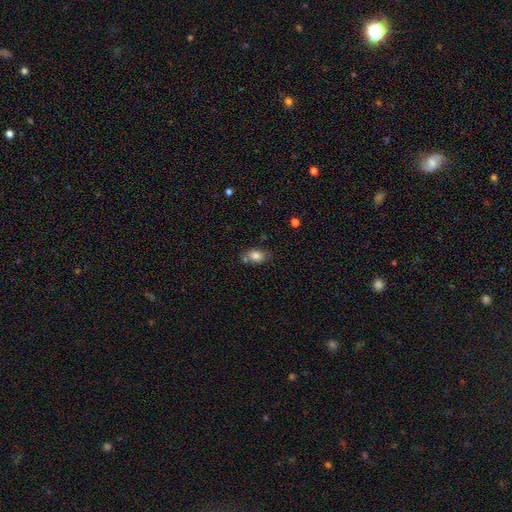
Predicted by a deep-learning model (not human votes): This is clearly a smooth galaxy (81%). How rounded: likely in between (79%). Merging: likely none (63%).